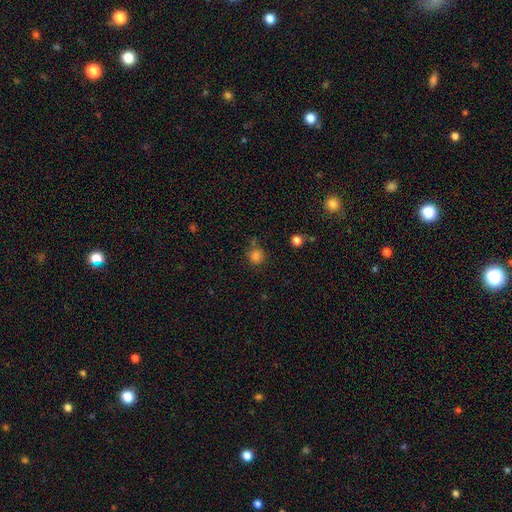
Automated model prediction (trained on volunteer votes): A smooth galaxy with no disk features (81%) that is round (88%).

Vote fractions:
- Smooth or featured? smooth: 81% / star or artifact: 14% / featured or disk: 4%
- How rounded? round: 88% / in between: 11% / cigar-shaped: 1%
- Merging? none: 71% / minor disturbance: 15% / merger: 8% / major disturbance: 5%